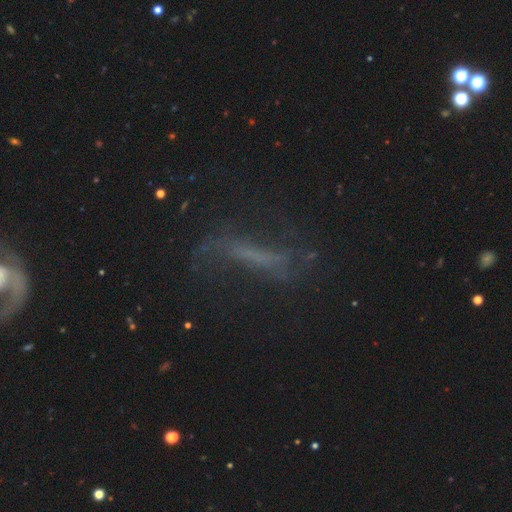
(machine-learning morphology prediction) type=featured or disk (53%); edge-on=no (63%); merging=none (53%).